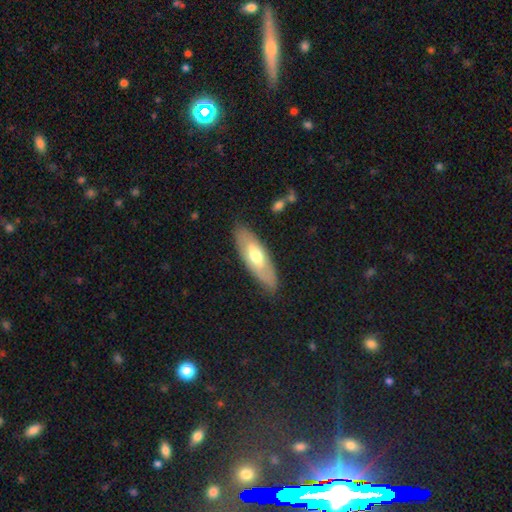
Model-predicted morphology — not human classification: smooth-or-featured: smooth: 53% | featured or disk: 41% | star or artifact: 5%
  how-rounded: in between: 66% | cigar-shaped: 32% | round: 2%
  merging: none: 82% | minor disturbance: 13% | major disturbance: 3% | merger: 1%